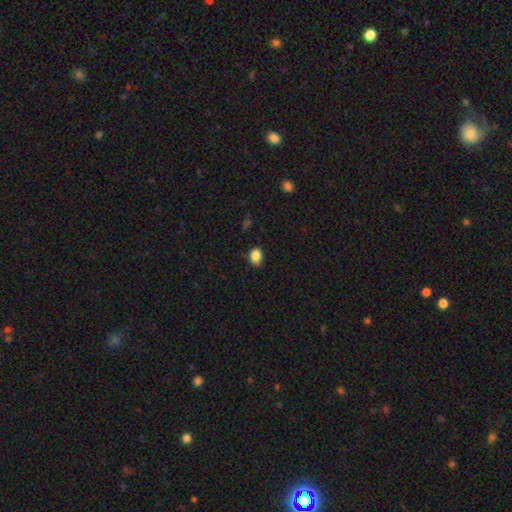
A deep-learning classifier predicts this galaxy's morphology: Q: Smooth or featured?
A: smooth (87%); runner-up: star or artifact (10%)
Q: How rounded?
A: in between (59%); runner-up: round (40%)
Q: Merging?
A: none (79%); runner-up: minor disturbance (17%)